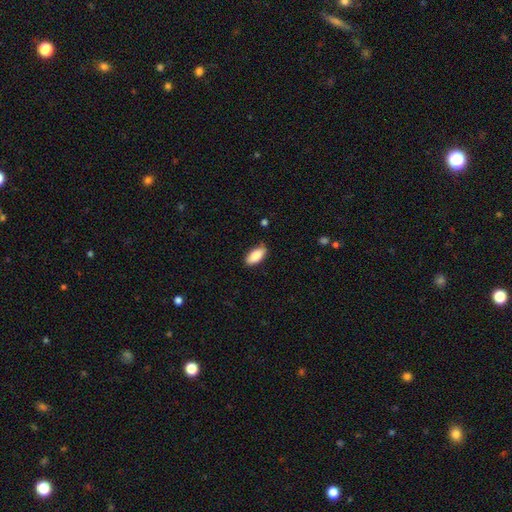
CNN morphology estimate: A smooth galaxy with no disk features (85%) that is in between round and cigar-shaped (90%).

Vote fractions:
- Smooth or featured? smooth: 85% / featured or disk: 9% / star or artifact: 6%
- How rounded? in between: 90% / cigar-shaped: 8% / round: 2%
- Merging? none: 81% / minor disturbance: 15% / major disturbance: 2% / merger: 1%